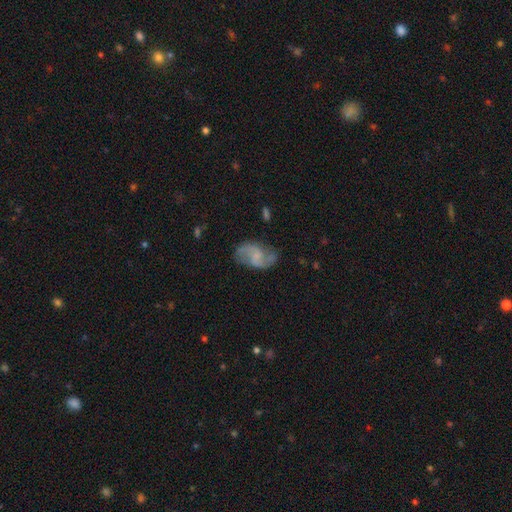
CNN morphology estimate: Overall: featured or disk (73%). Edge-on disk: no (97%). Bar: weak (47%; no 42%). Spiral arms: yes (92%). Spiral arm count: 2 (90%). Spiral winding: loose (53%; medium 37%). Bulge size: none (47%; small 33%). Merging: none (71%).